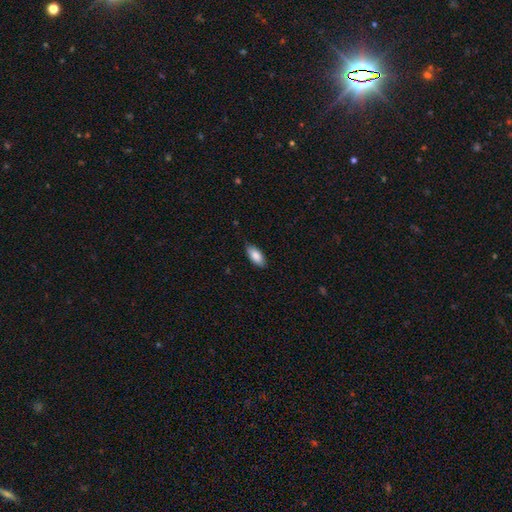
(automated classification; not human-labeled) smooth-or-featured: smooth: 86% | featured or disk: 8% | star or artifact: 6%
  how-rounded: in between: 87% | cigar-shaped: 11% | round: 2%
  merging: none: 84% | minor disturbance: 12% | major disturbance: 2% | merger: 1%